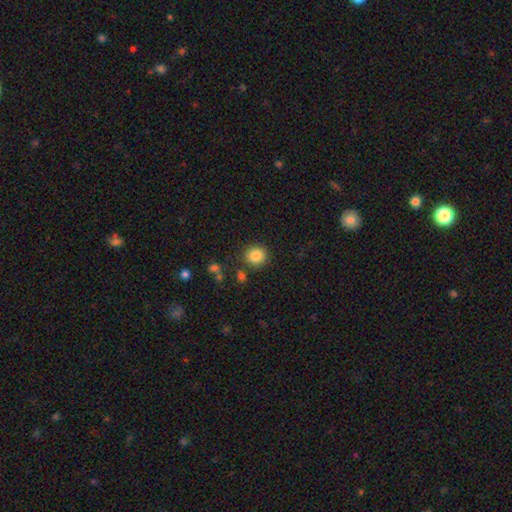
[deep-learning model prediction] Smooth or featured? Predicted: smooth (p=0.85). How rounded? Predicted: round (p=0.87). Merging? Predicted: none (p=0.84).